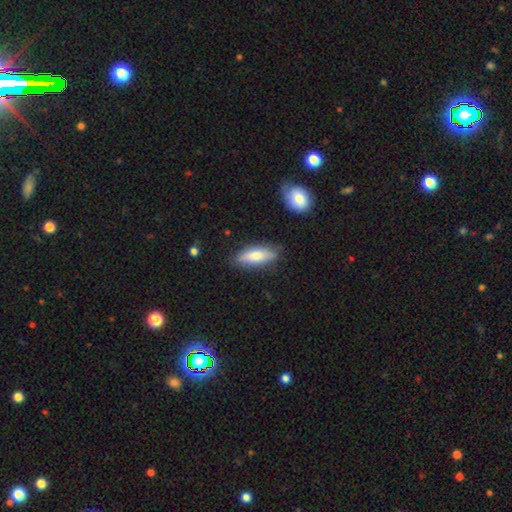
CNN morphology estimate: type=smooth (69%); roundness=in between (55%); merging=none (82%).